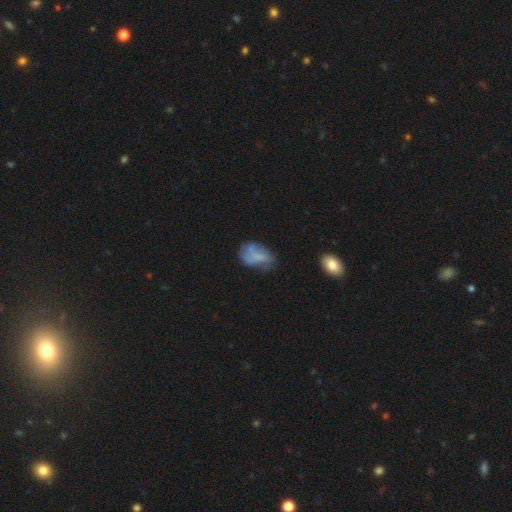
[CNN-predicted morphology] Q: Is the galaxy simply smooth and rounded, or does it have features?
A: smooth — 56%.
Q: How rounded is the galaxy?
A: in between — 86%.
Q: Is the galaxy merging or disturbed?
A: none — 44%.